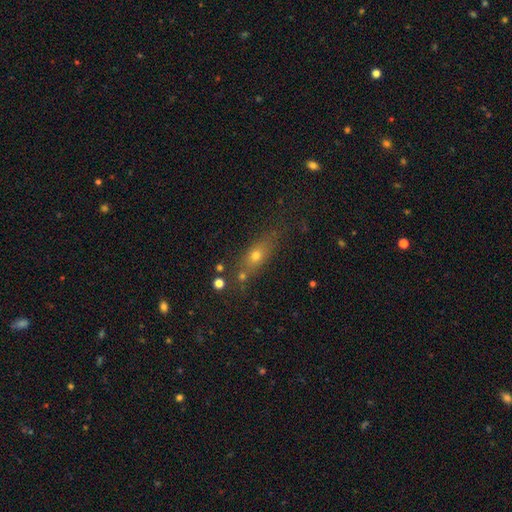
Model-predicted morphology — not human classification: The model was most divided on "how rounded": in between: 49%, cigar-shaped: 34%, round: 18%. More confident: merging — none (66%); smooth or featured — smooth (60%).